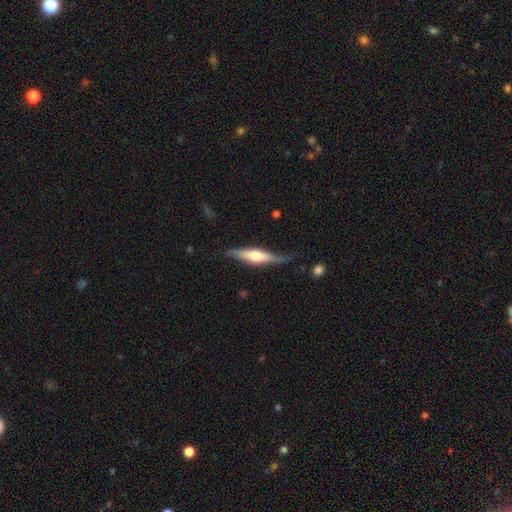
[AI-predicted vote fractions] Morphology: type=featured or disk (59%); edge-on=yes (93%); edge-on bulge=rounded (82%); merging=none (71%).